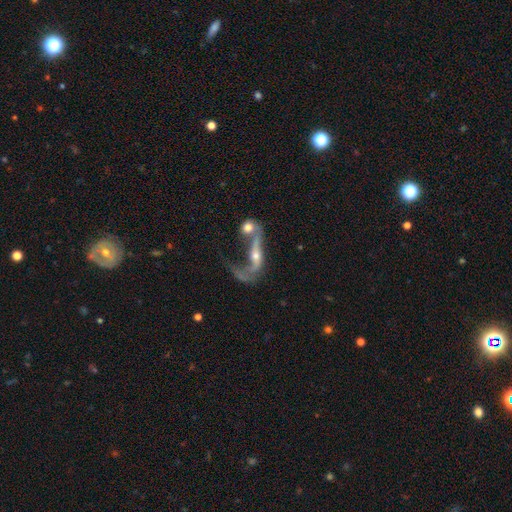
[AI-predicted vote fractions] Smooth or featured? Predicted: featured or disk (p=0.69). Edge-on disk? Predicted: no (p=0.70). Merging? Predicted: merger (p=0.51).